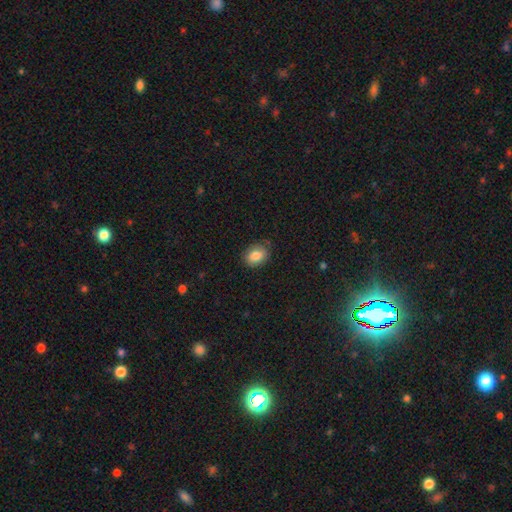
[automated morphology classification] smooth 83%, star or artifact 9%, featured or disk 8%. Down the decision tree: how rounded — in between (66%); merging — none (81%).